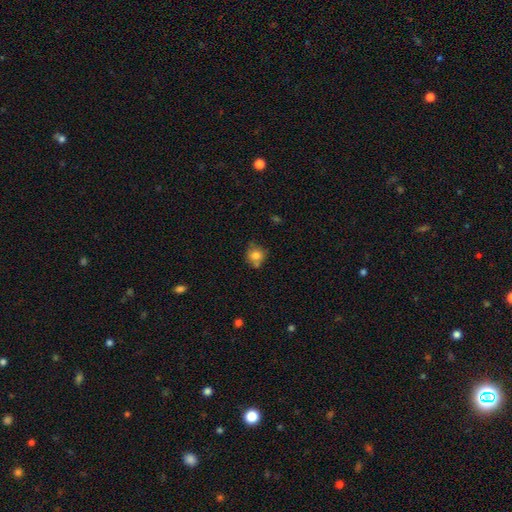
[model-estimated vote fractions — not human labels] smooth_or_featured: smooth (p=0.79) [alt: star or artifact p=0.11]
how_rounded: round (p=0.85) [alt: in between p=0.14]
merging: none (p=0.64) [alt: minor disturbance p=0.17]